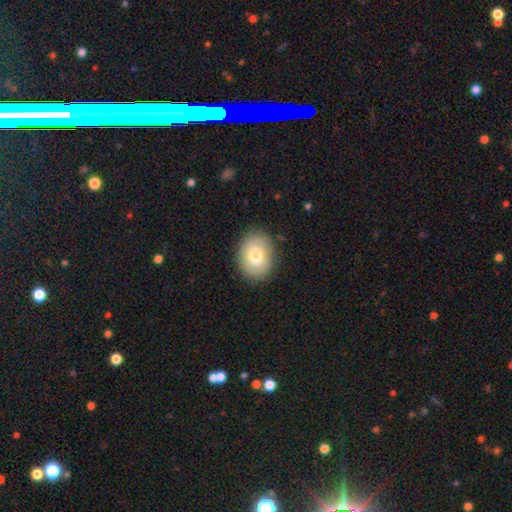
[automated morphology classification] A smooth galaxy with no disk features (75%) that is in between round and cigar-shaped (58%).

Vote fractions:
- Smooth or featured? smooth: 75% / featured or disk: 17% / star or artifact: 8%
- How rounded? in between: 58% / round: 41% / cigar-shaped: 1%
- Merging? none: 86% / minor disturbance: 10% / major disturbance: 3% / merger: 1%